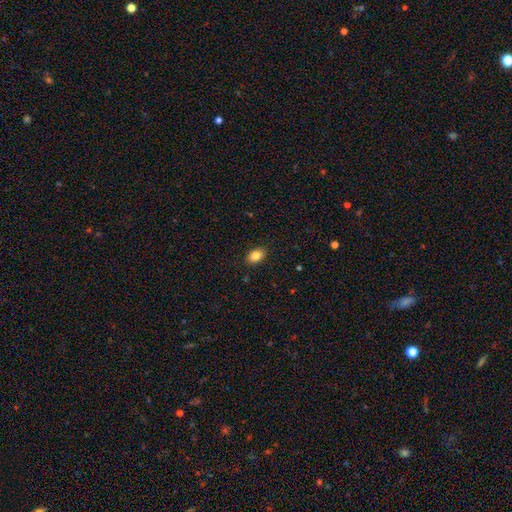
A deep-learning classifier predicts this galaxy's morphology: A smooth galaxy with no disk features (85%) that is in between round and cigar-shaped (85%). Merging: none (89%).